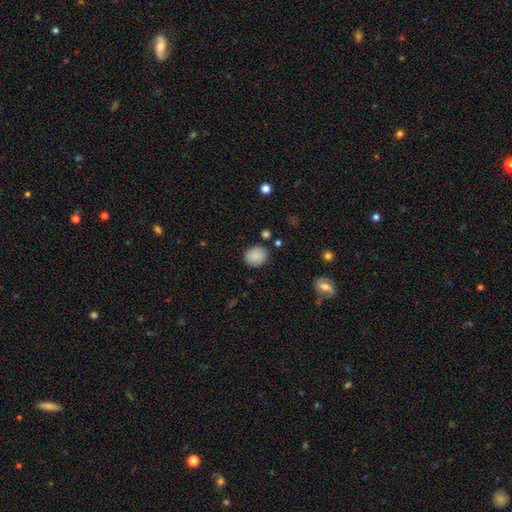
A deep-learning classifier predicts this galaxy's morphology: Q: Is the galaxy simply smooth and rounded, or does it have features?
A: smooth — 87%.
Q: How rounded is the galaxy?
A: round — 71%.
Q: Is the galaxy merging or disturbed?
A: none — 83%.